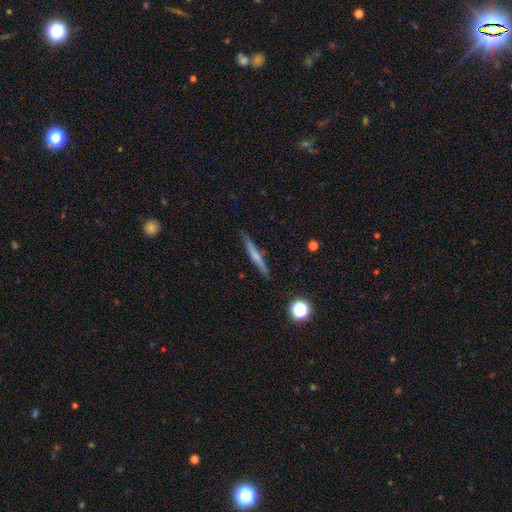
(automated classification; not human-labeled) smooth 52%, featured or disk 41%, star or artifact 7%. Down the decision tree: how rounded — cigar-shaped (94%); merging — none (88%).